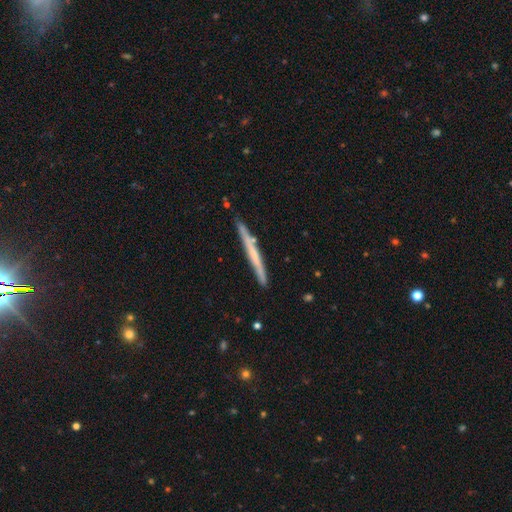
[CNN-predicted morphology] Overall: featured or disk (58%; smooth 34%). Edge-on disk: yes (96%). Edge-on bulge: none (56%; rounded 36%). Merging: none (85%).